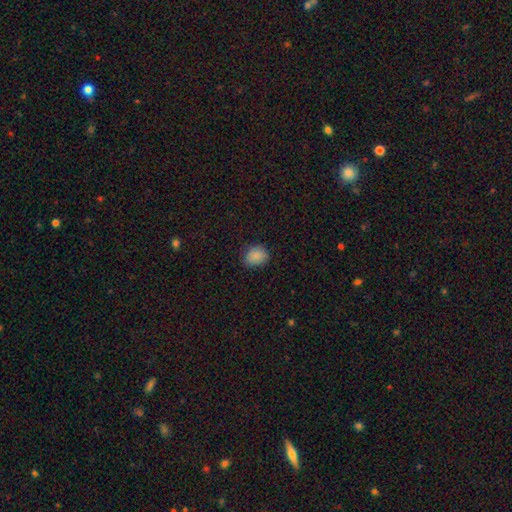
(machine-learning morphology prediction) smooth 87%, star or artifact 9%, featured or disk 4%. Down the decision tree: how rounded — round (57%); merging — none (81%).